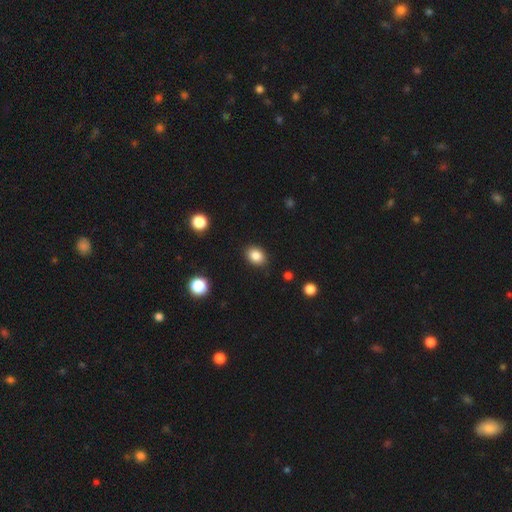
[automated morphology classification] A smooth galaxy with no disk features (86%) that is in between round and cigar-shaped (61%).

Vote fractions:
- Smooth or featured? smooth: 86% / star or artifact: 9% / featured or disk: 5%
- How rounded? in between: 61% / round: 38% / cigar-shaped: 1%
- Merging? none: 87% / minor disturbance: 9% / major disturbance: 2% / merger: 1%